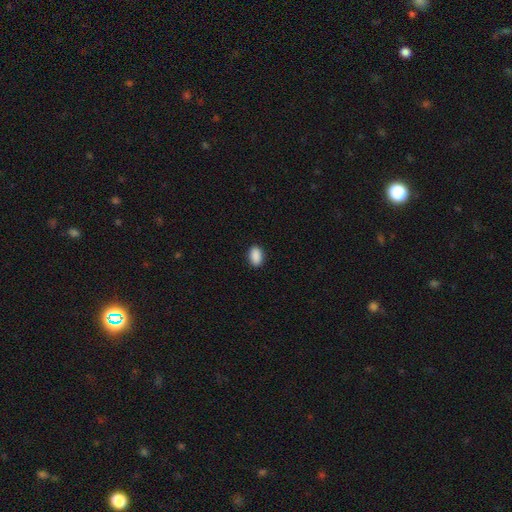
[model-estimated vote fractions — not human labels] Overall: smooth (90%). How rounded: in between (90%). Merging: none (90%).